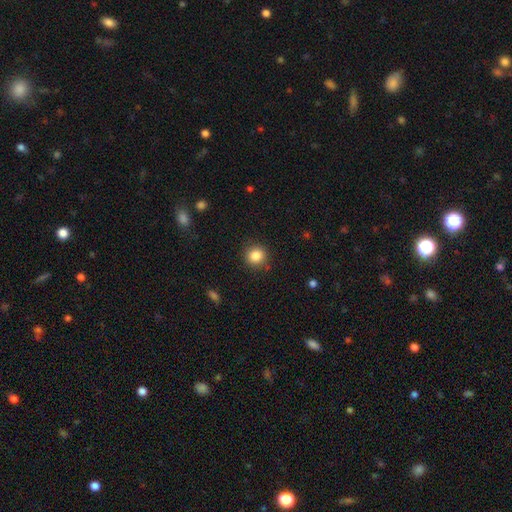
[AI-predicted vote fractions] Overall: smooth (84%). How rounded: round (89%). Merging: none (88%).